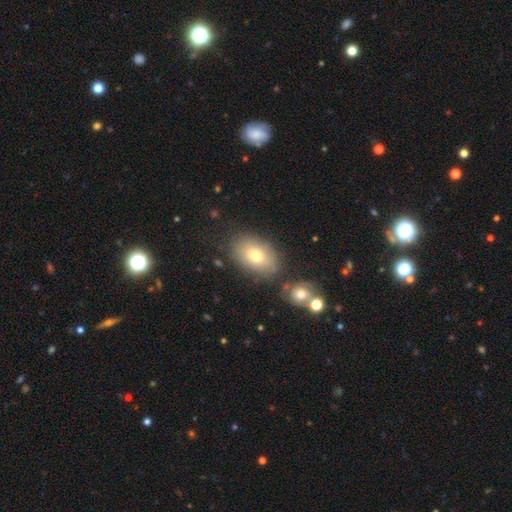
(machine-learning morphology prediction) A smooth galaxy with no disk features (77%) that is in between round and cigar-shaped (87%).

Vote fractions:
- Smooth or featured? smooth: 77% / featured or disk: 14% / star or artifact: 9%
- How rounded? in between: 87% / round: 12% / cigar-shaped: 1%
- Merging? none: 76% / minor disturbance: 13% / merger: 7% / major disturbance: 4%